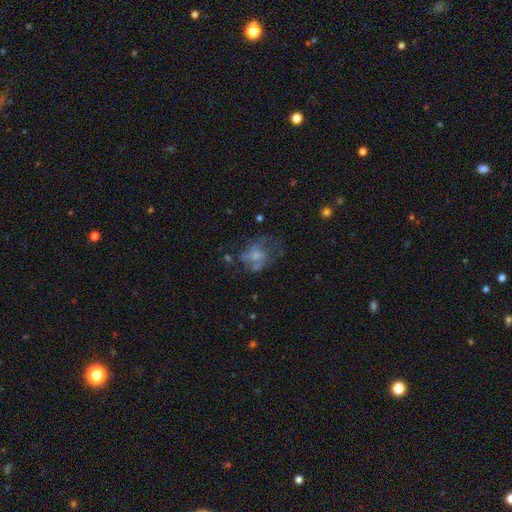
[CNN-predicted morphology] featured or disk 50%, smooth 38%, star or artifact 12%. Down the decision tree: edge-on disk — no (97%); merging — major disturbance (37%).